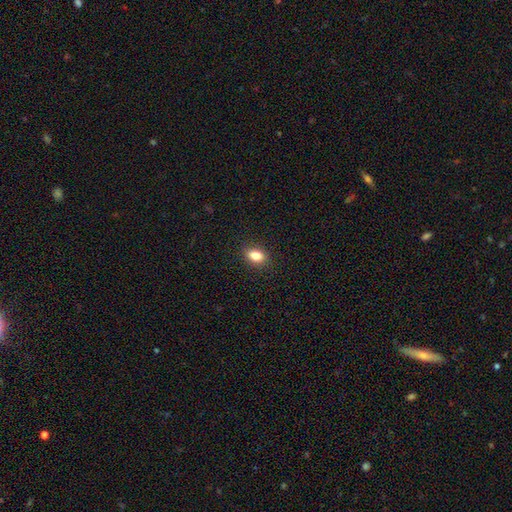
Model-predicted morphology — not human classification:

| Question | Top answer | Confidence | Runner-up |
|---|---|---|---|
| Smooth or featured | smooth | 83% | star or artifact (9%) |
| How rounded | in between | 80% | round (17%) |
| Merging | none | 89% | minor disturbance (8%) |